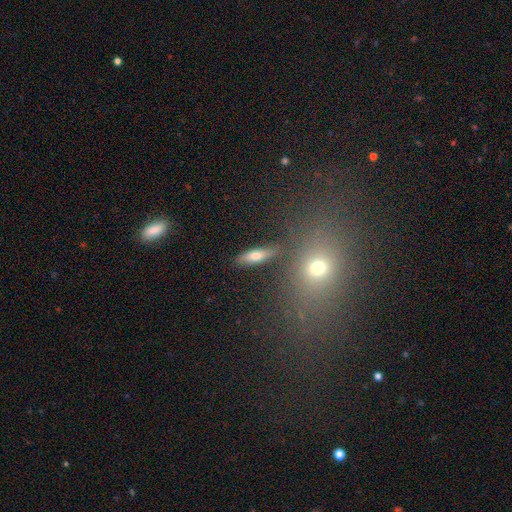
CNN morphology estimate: This is likely a smooth galaxy (63%). How rounded: possibly cigar-shaped (51%). Merging: clearly none (82%).